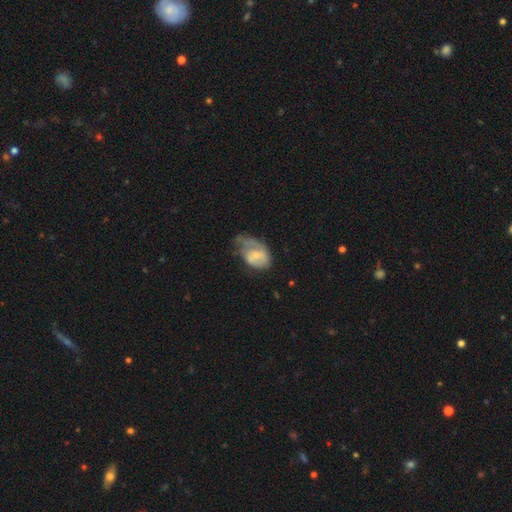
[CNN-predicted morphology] Smooth or featured: featured or disk — 49% (smooth — 44%)
Merging: major disturbance — 41% (minor disturbance — 33%)